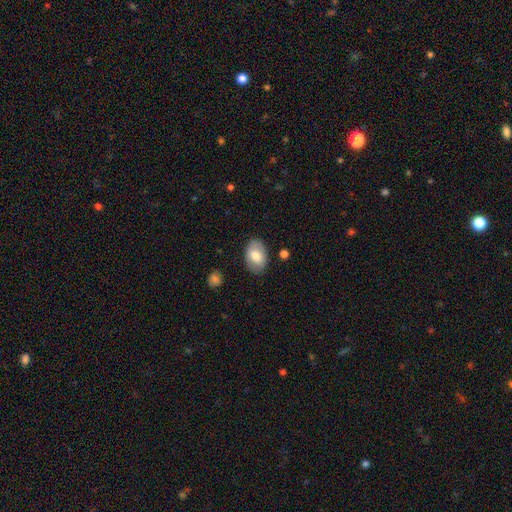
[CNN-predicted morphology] Q: Smooth or featured?
A: smooth (76%); runner-up: featured or disk (18%)
Q: How rounded?
A: in between (89%); runner-up: round (10%)
Q: Merging?
A: none (83%); runner-up: minor disturbance (12%)